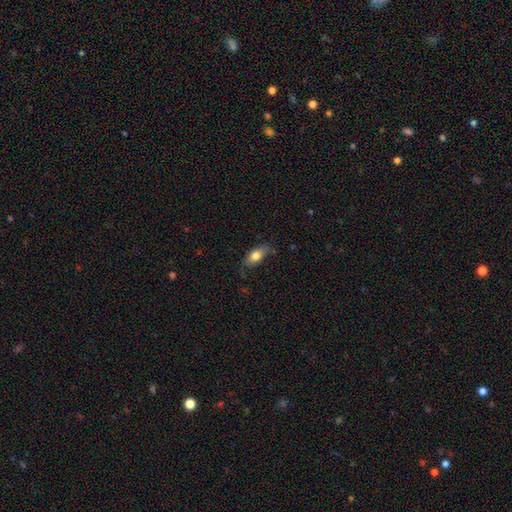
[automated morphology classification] The model was most divided on "merging": none: 69%, minor disturbance: 24%, major disturbance: 5%, merger: 2%. More confident: how rounded — in between (84%); smooth or featured — smooth (75%).